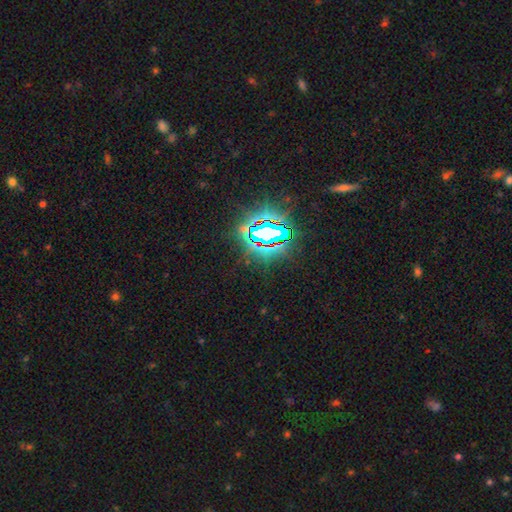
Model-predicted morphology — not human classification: This appears to be a star or artifact, not a galaxy (83%).